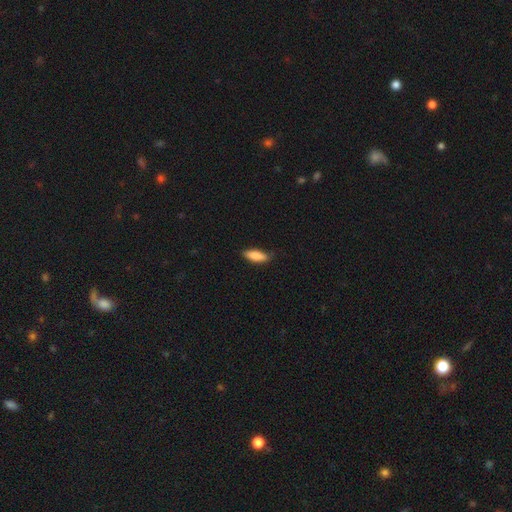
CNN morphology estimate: A smooth galaxy with no disk features (86%) that is in between round and cigar-shaped (61%). Merging: none (78%).